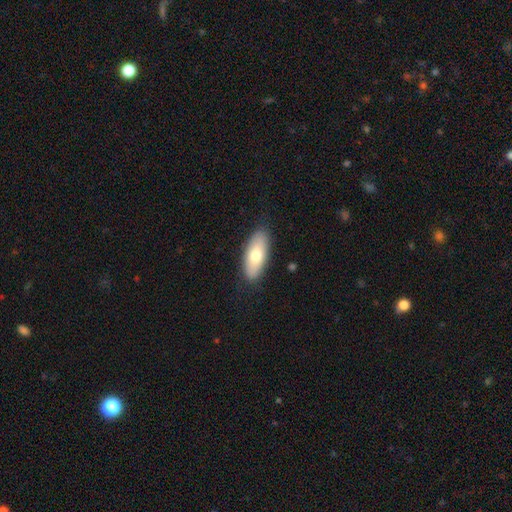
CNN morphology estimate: A smooth galaxy with no disk features (73%) that is in between round and cigar-shaped (81%).

Vote fractions:
- Smooth or featured? smooth: 73% / featured or disk: 21% / star or artifact: 6%
- How rounded? in between: 81% / cigar-shaped: 17% / round: 2%
- Merging? none: 86% / minor disturbance: 10% / major disturbance: 2% / merger: 1%